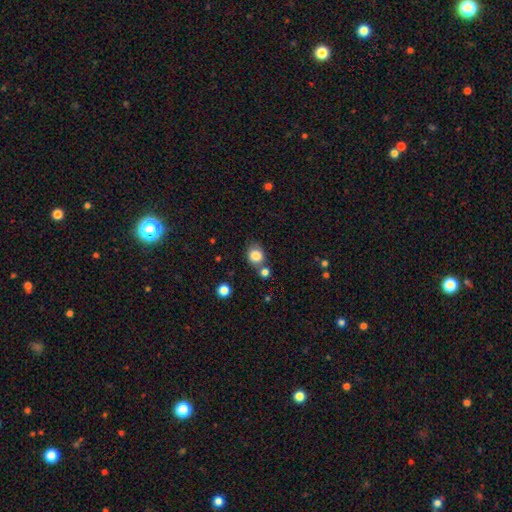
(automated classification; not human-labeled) A smooth galaxy with no disk features (83%) that is round (71%).

Vote fractions:
- Smooth or featured? smooth: 83% / star or artifact: 10% / featured or disk: 7%
- How rounded? round: 71% / in between: 28% / cigar-shaped: 1%
- Merging? none: 63% / merger: 18% / minor disturbance: 14% / major disturbance: 4%